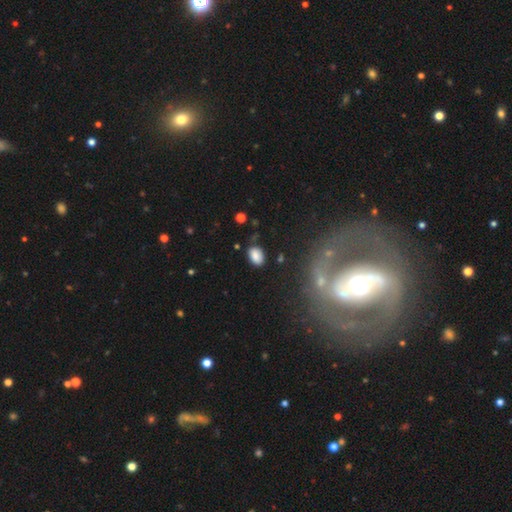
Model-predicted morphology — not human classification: Smooth or featured? smooth (84%)
How rounded? in between (85%)
Merging? none (77%)